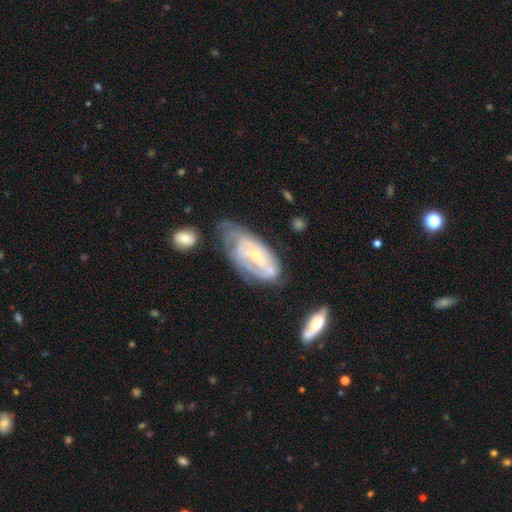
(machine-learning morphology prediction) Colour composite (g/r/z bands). It shows a featured or disk galaxy (75%) with no bar (54%), tight (62%) spiral arms (81%) and a small central bulge (66%). Merging: none (41%).